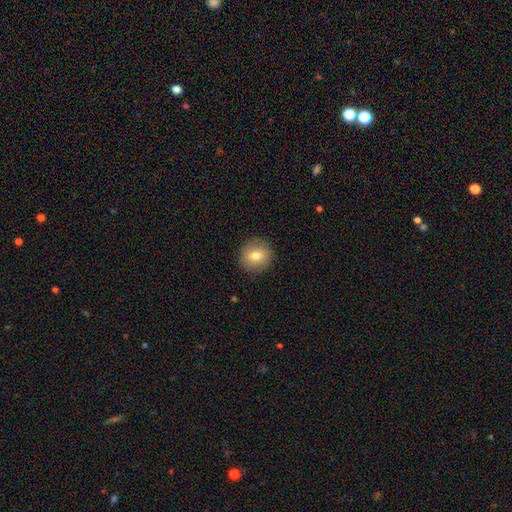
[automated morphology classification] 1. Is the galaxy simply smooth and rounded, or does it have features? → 77% smooth, 14% featured or disk, 9% star or artifact.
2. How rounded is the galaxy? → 90% round, 9% in between, 1% cigar-shaped.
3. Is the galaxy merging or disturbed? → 90% none, 7% minor disturbance, 2% major disturbance, 1% merger.